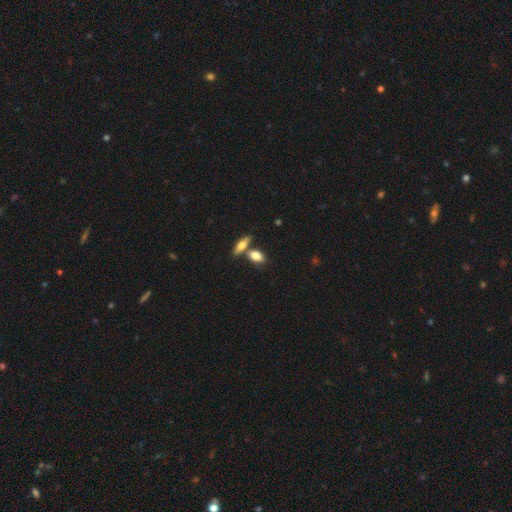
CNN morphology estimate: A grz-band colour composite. It shows a smooth galaxy with no disk features (75%) that is in between round and cigar-shaped (78%). Merging: none (56%).